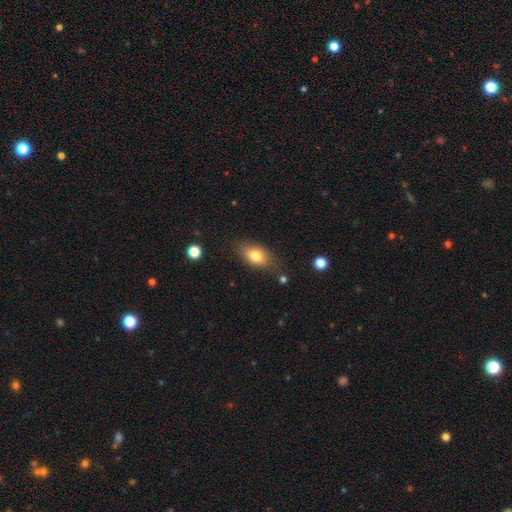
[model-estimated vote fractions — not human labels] Q: Smooth or featured?
A: smooth (78%); runner-up: featured or disk (13%)
Q: How rounded?
A: in between (85%); runner-up: round (11%)
Q: Merging?
A: none (74%); runner-up: minor disturbance (18%)